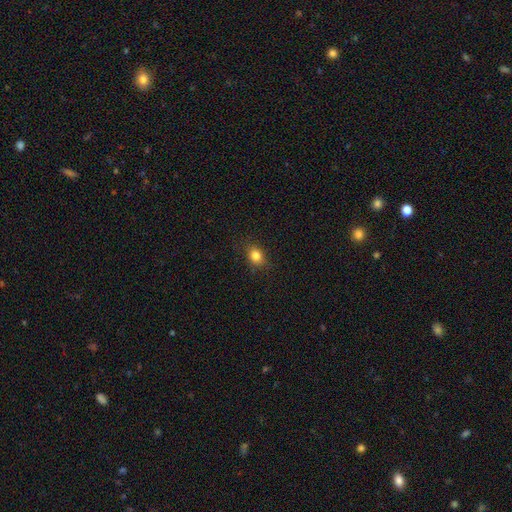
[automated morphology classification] Smooth or featured? smooth (83%)
How rounded? round (58%)
Merging? none (84%)